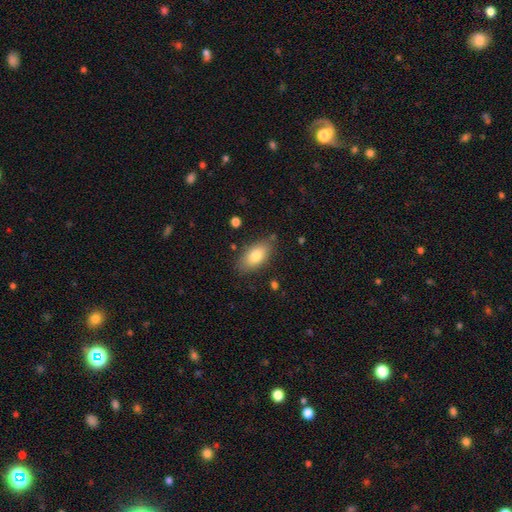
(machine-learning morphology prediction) The model was most divided on "merging": none: 79%, minor disturbance: 15%, major disturbance: 3%, merger: 3%. More confident: how rounded — in between (90%); smooth or featured — smooth (80%).